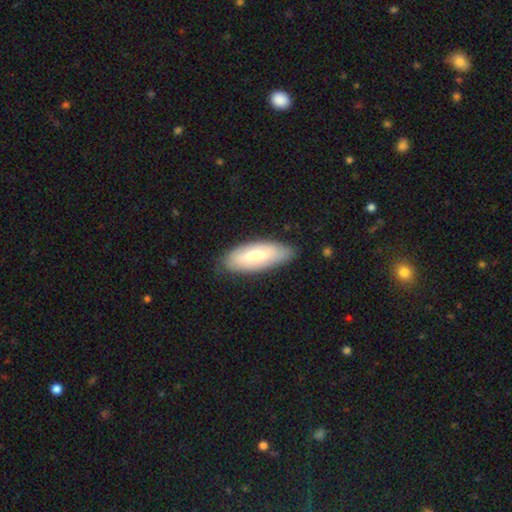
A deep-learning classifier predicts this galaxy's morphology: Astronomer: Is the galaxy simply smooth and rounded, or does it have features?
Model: smooth — 61%.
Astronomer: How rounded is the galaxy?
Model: in between — 79%.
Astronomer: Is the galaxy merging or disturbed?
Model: none — 78%.